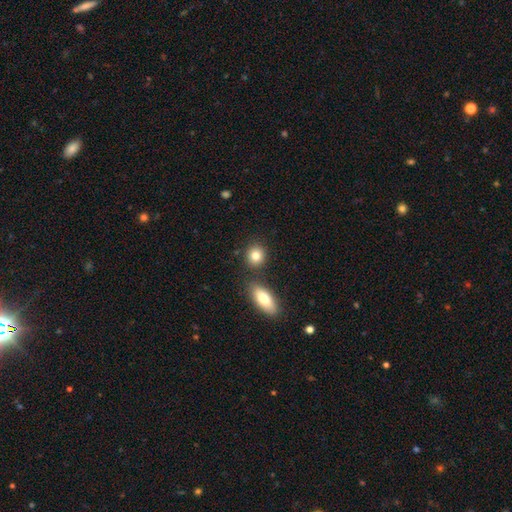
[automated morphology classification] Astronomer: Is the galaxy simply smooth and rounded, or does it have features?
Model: smooth — 83%.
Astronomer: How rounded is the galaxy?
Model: round — 73%.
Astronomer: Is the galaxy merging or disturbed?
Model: none — 78%.